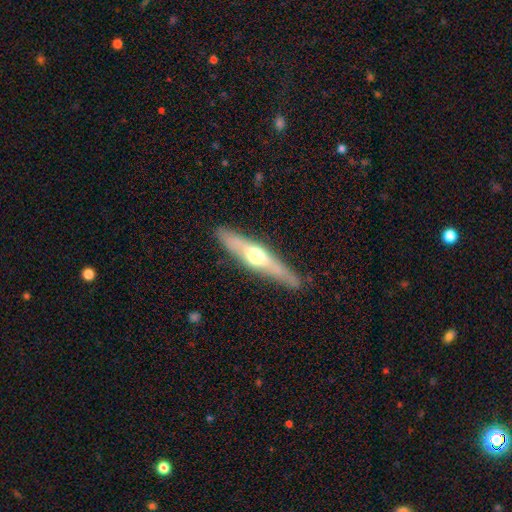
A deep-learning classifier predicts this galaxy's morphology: A featured or disk galaxy (62%) viewed edge-on (90%) with a rounded central bulge (91%).

Vote fractions:
- Smooth or featured? featured or disk: 62% / smooth: 33% / star or artifact: 5%
- Edge-on disk? yes: 90% / no: 10%
- Edge-on bulge? rounded: 91% / none: 5% / boxy: 4%
- Merging? none: 87% / minor disturbance: 10% / major disturbance: 2% / merger: 1%